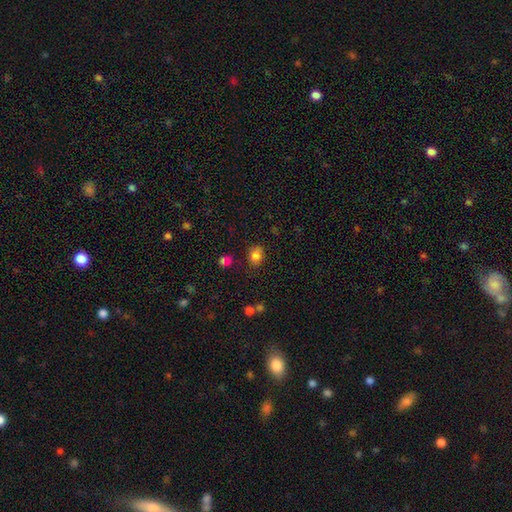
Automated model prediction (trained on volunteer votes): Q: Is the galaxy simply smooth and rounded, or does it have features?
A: smooth — 82%.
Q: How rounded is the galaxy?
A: in between — 55%.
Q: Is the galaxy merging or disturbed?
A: none — 74%.